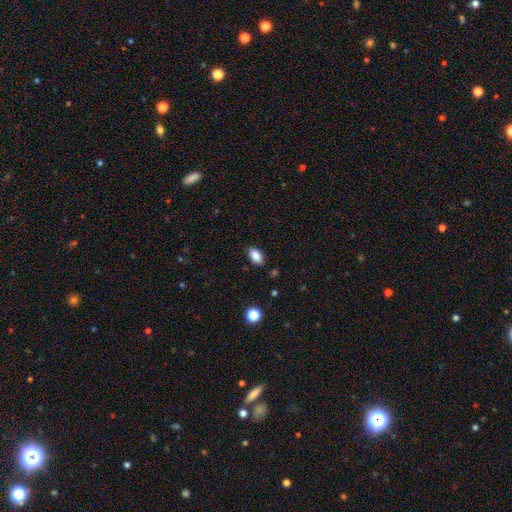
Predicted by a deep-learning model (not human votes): A smooth galaxy with no disk features (87%) that is in between round and cigar-shaped (92%). Merging: none (86%).